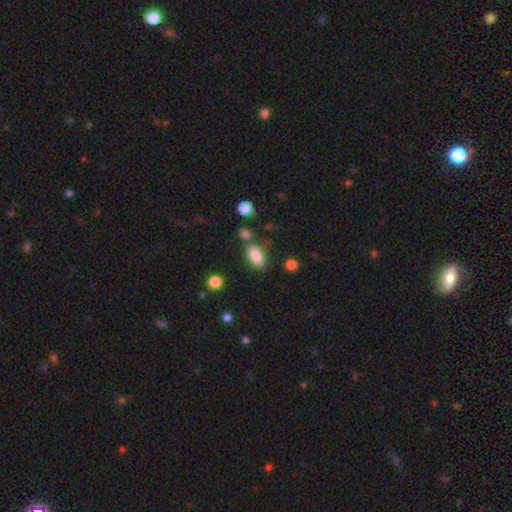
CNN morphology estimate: smooth-or-featured: smooth: 85% | star or artifact: 8% | featured or disk: 7%
  how-rounded: in between: 90% | round: 7% | cigar-shaped: 3%
  merging: none: 71% | minor disturbance: 15% | merger: 10% | major disturbance: 4%